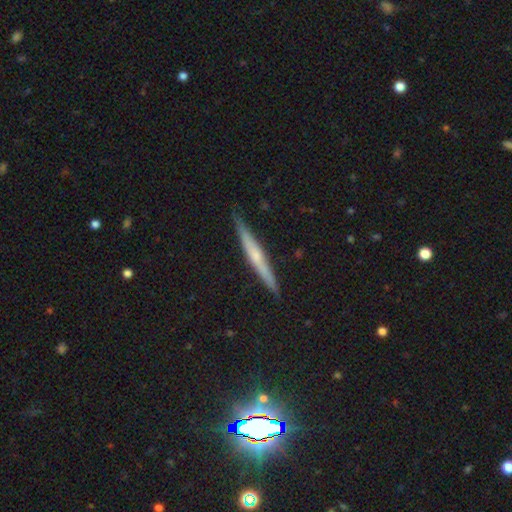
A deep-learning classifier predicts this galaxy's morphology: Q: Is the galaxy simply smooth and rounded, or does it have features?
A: featured or disk — 61%.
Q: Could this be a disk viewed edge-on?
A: yes — 97%.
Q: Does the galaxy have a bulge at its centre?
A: rounded — 56%.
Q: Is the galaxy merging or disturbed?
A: none — 89%.